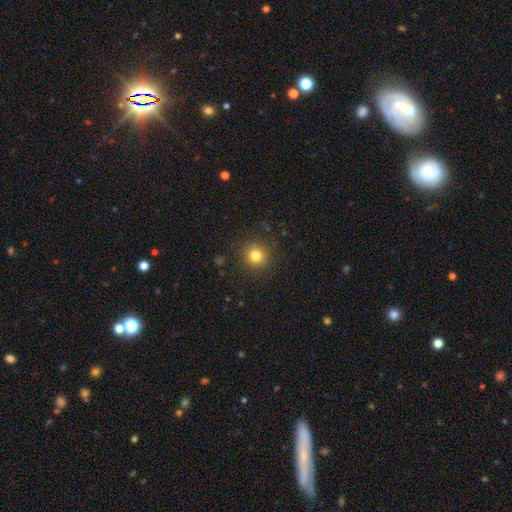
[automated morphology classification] Smooth or featured: smooth — 80% (star or artifact — 13%)
How rounded: round — 91% (in between — 8%)
Merging: none — 88% (minor disturbance — 8%)